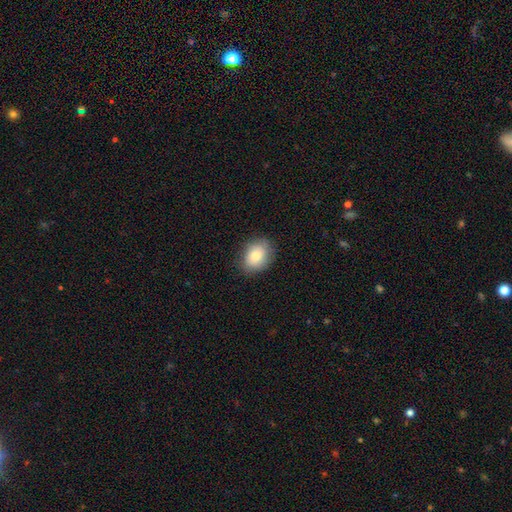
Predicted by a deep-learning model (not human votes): Smooth or featured?
  - smooth: 81% *
  - featured or disk: 11%
  - star or artifact: 8%
How rounded?
  - in between: 65% *
  - round: 34%
  - cigar-shaped: 1%
Merging?
  - none: 82% *
  - minor disturbance: 13%
  - major disturbance: 3%
  - merger: 1%